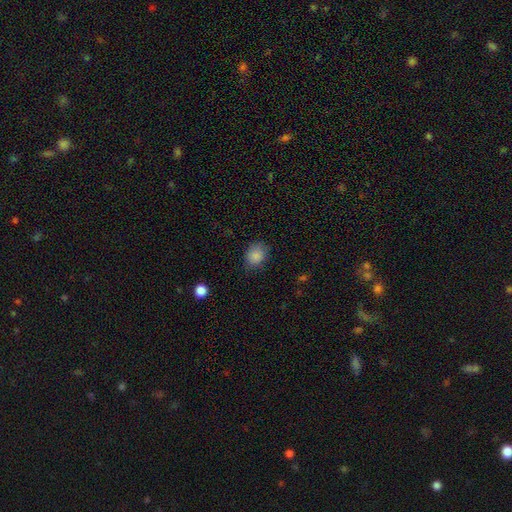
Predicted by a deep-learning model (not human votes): smooth-or-featured: smooth: 87% | star or artifact: 9% | featured or disk: 4%
  how-rounded: round: 57% | in between: 43% | cigar-shaped: 1%
  merging: none: 77% | minor disturbance: 18% | major disturbance: 4% | merger: 1%